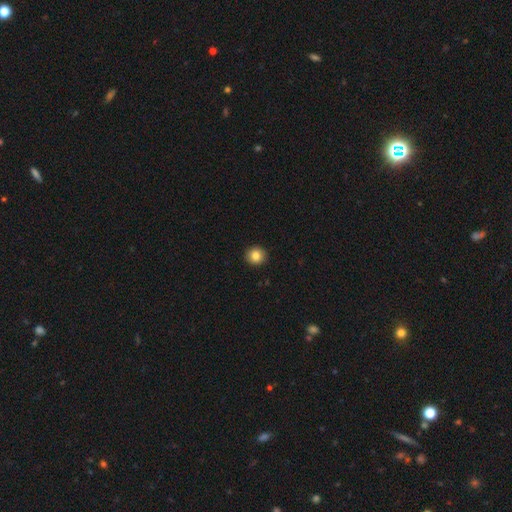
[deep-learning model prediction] A smooth galaxy with no disk features (84%) that is round (86%).

Vote fractions:
- Smooth or featured? smooth: 84% / star or artifact: 9% / featured or disk: 6%
- How rounded? round: 86% / in between: 13% / cigar-shaped: 1%
- Merging? none: 93% / minor disturbance: 5% / major disturbance: 1% / merger: 1%